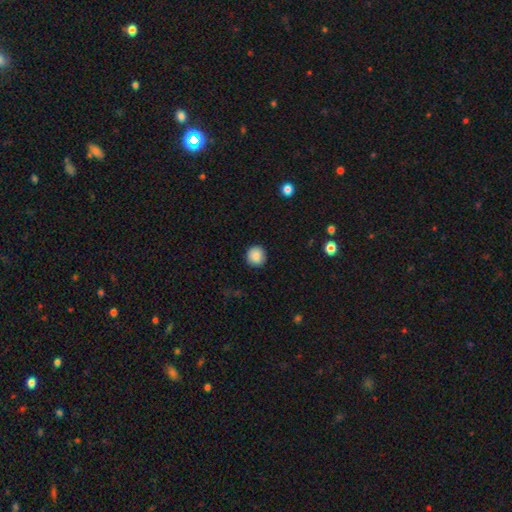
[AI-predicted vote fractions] Morphology: type=smooth (88%); roundness=round (95%); merging=none (91%).